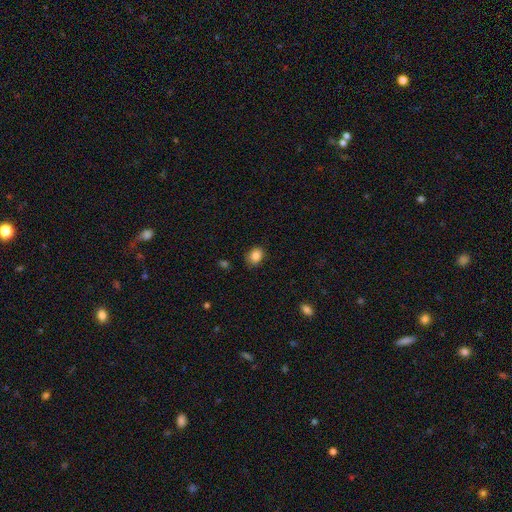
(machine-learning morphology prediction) This appears to be a smooth galaxy with no disk features (86%) that is in between round and cigar-shaped (54%). Merging: none (79%).